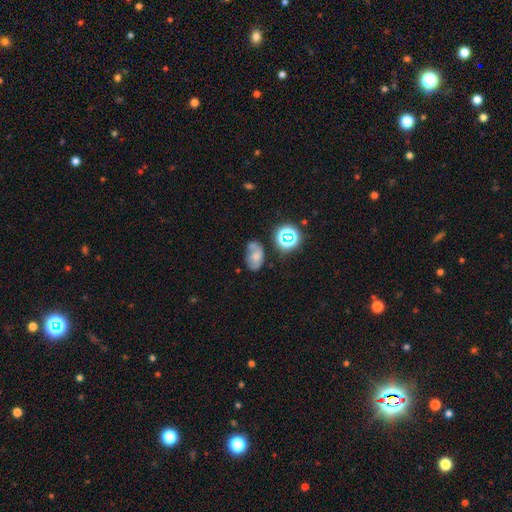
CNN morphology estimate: Q: Smooth or featured?
A: smooth (57%); runner-up: featured or disk (26%)
Q: How rounded?
A: in between (84%); runner-up: round (15%)
Q: Merging?
A: none (43%); runner-up: minor disturbance (29%)